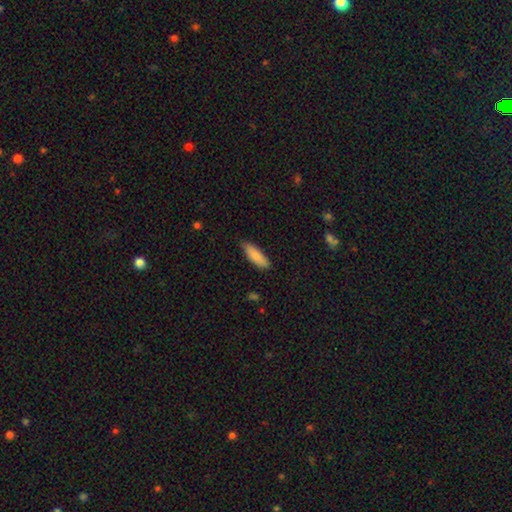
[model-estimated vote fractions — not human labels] Smooth or featured: smooth — 87% (featured or disk — 8%)
How rounded: in between — 52% (cigar-shaped — 46%)
Merging: none — 82% (minor disturbance — 14%)